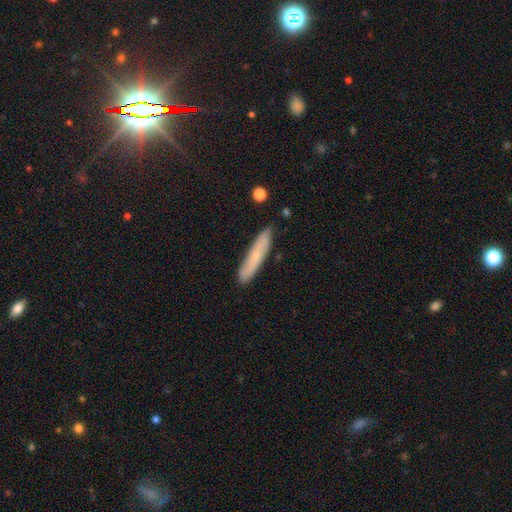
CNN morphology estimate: smooth_or_featured: smooth (p=0.66) [alt: featured or disk p=0.27]
how_rounded: cigar-shaped (p=0.92) [alt: in between p=0.07]
merging: none (p=0.85) [alt: minor disturbance p=0.12]